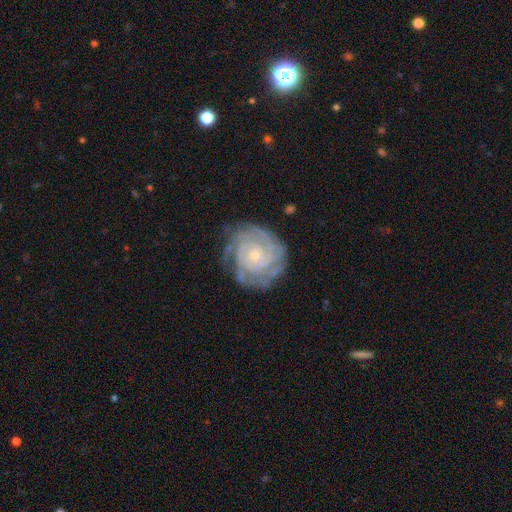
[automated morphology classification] Smooth or featured: featured or disk — 86% (smooth — 9%)
Edge-on disk: no — 98% (yes — 2%)
Bar: no — 78% (weak — 18%)
Spiral arms: yes — 96% (no — 4%)
Spiral winding: tight — 78% (medium — 18%)
Spiral arm count: can't tell — 30% (3 — 21%)
Bulge size: small — 71% (moderate — 24%)
Merging: none — 72% (minor disturbance — 19%)